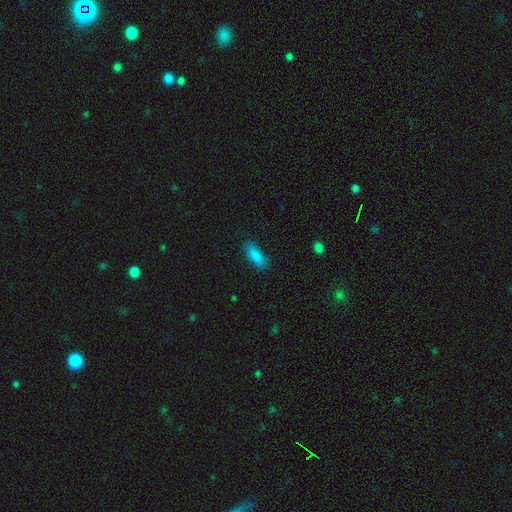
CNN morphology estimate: Smooth or featured: smooth — 86% (star or artifact — 8%)
How rounded: in between — 66% (cigar-shaped — 32%)
Merging: none — 82% (minor disturbance — 14%)